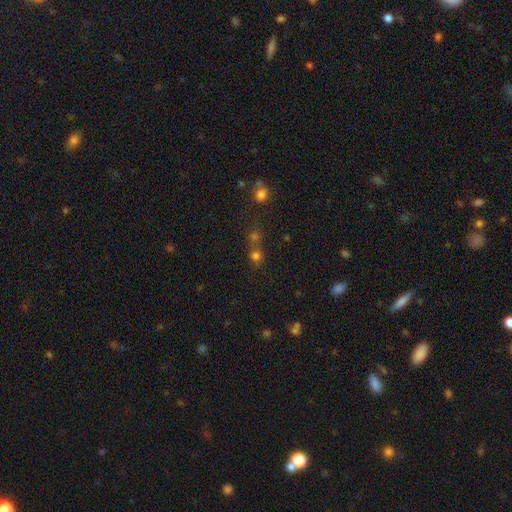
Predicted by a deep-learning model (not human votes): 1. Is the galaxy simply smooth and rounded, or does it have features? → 67% smooth, 24% star or artifact, 9% featured or disk.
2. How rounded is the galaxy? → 84% round, 15% in between, 1% cigar-shaped.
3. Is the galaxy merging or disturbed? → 46% none, 43% merger, 7% minor disturbance, 4% major disturbance.